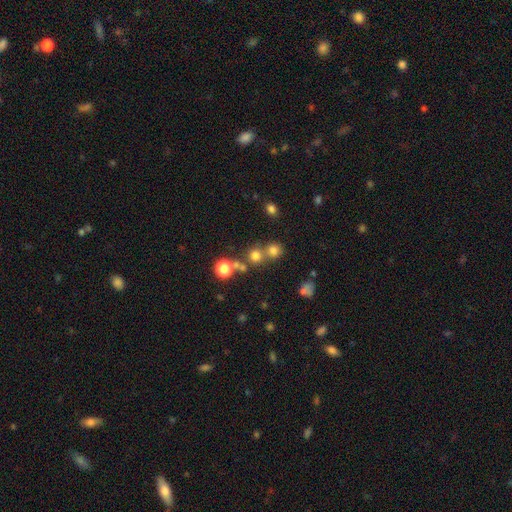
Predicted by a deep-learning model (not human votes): smooth 65%, star or artifact 24%, featured or disk 11%. Down the decision tree: how rounded — round (89%); merging — none (56%).